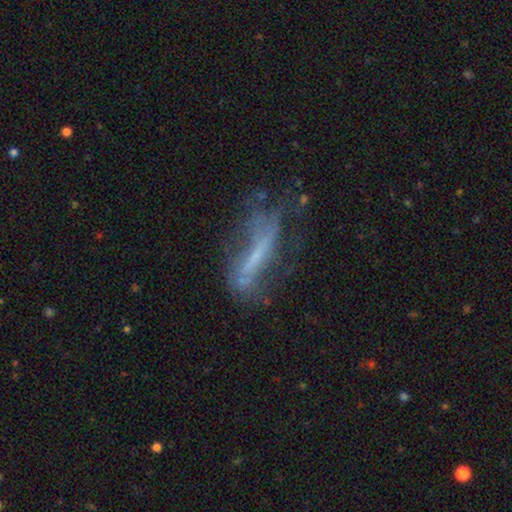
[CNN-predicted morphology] A featured or disk galaxy (58%).

Vote fractions:
- Smooth or featured? featured or disk: 58% / smooth: 28% / star or artifact: 14%
- Edge-on disk? no: 67% / yes: 33%
- Merging? none: 40% / major disturbance: 30% / minor disturbance: 23% / merger: 6%